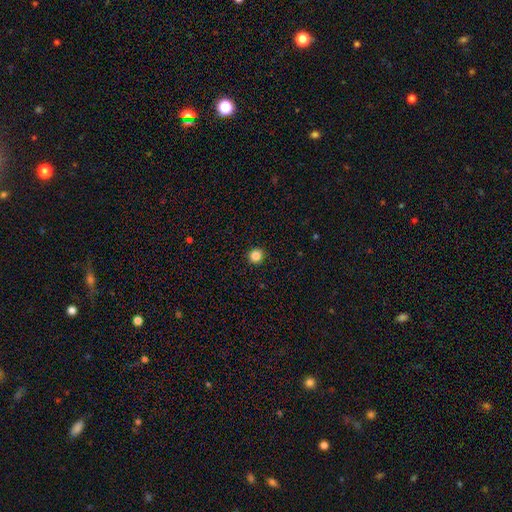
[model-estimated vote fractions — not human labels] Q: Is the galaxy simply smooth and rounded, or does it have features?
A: smooth — 85%.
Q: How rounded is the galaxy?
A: round — 95%.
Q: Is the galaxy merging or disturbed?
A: none — 93%.